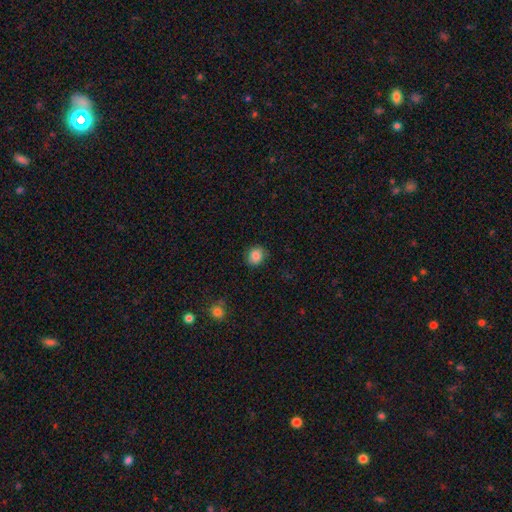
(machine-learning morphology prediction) smooth-or-featured: smooth: 83% | star or artifact: 10% | featured or disk: 8%
  how-rounded: round: 73% | in between: 26% | cigar-shaped: 1%
  merging: none: 82% | minor disturbance: 13% | major disturbance: 3% | merger: 1%